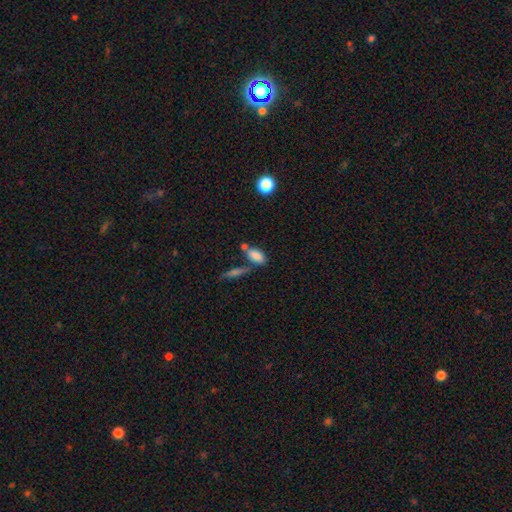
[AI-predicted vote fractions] This appears to be a smooth galaxy with no disk features (81%) that is in between round and cigar-shaped (86%). Merging: none (50%).